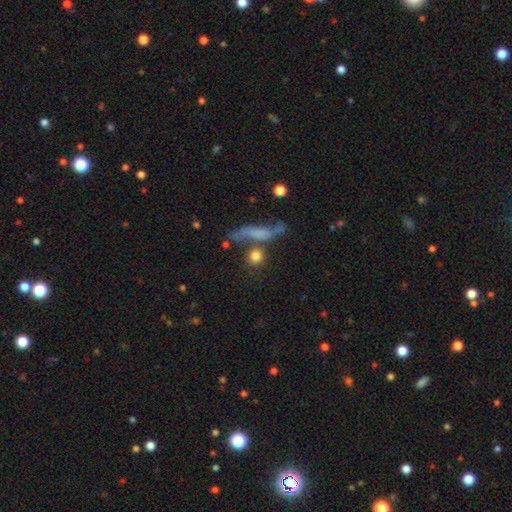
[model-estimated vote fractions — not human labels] Smooth or featured?
  - smooth: 78% *
  - featured or disk: 12%
  - star or artifact: 10%
How rounded?
  - round: 79% *
  - in between: 14%
  - cigar-shaped: 7%
Merging?
  - none: 57% *
  - merger: 22%
  - minor disturbance: 12%
  - major disturbance: 9%